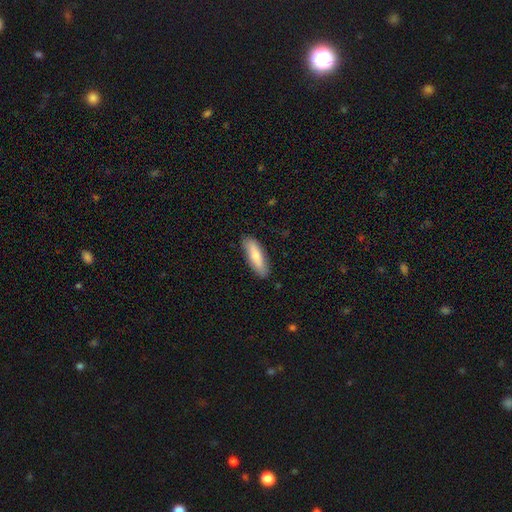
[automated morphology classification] smooth-or-featured: smooth: 70% | featured or disk: 24% | star or artifact: 6%
  how-rounded: cigar-shaped: 55% | in between: 43% | round: 2%
  merging: none: 86% | minor disturbance: 11% | major disturbance: 2% | merger: 1%